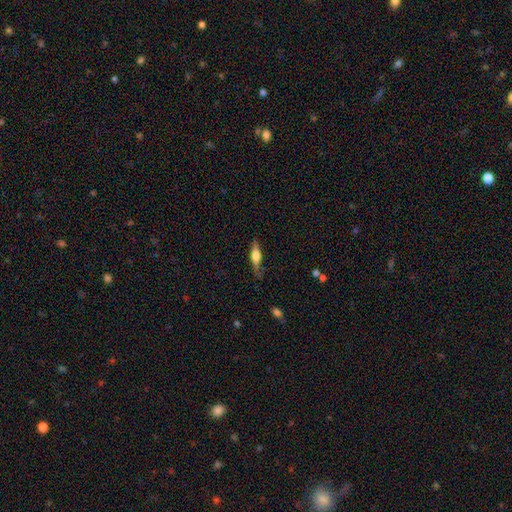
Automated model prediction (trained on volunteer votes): Smooth or featured? Predicted: featured or disk (p=0.49). Merging? Predicted: none (p=0.73).